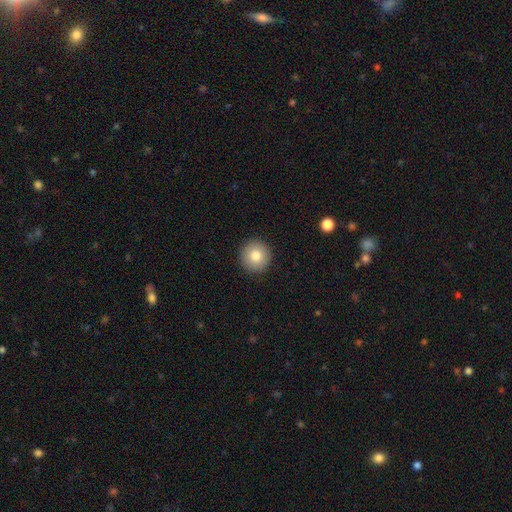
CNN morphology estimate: A smooth galaxy with no disk features (81%) that is round (95%). Merging: none (92%).